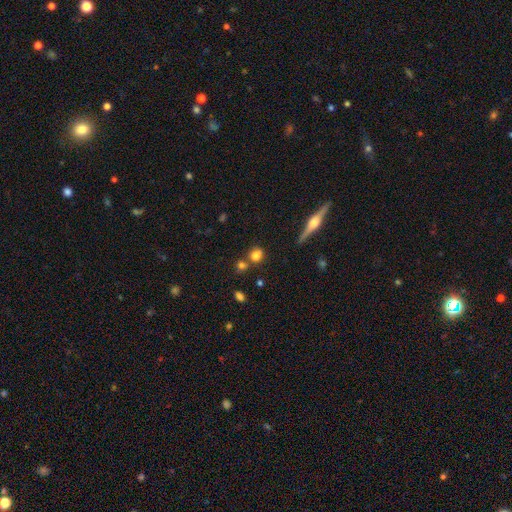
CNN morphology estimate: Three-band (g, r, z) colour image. It shows a smooth galaxy with no disk features (75%) that is round (79%). Merging: none (65%).